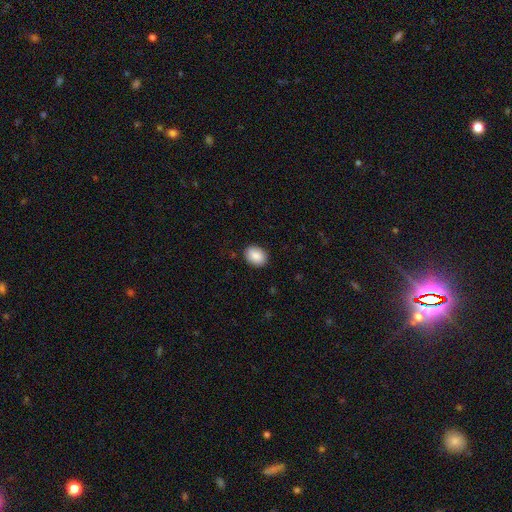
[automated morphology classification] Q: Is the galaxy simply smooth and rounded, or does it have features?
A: smooth — 89%.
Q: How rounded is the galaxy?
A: in between — 74%.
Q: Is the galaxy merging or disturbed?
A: none — 89%.